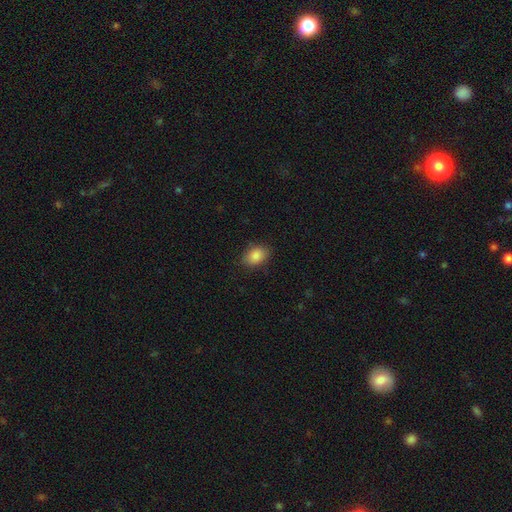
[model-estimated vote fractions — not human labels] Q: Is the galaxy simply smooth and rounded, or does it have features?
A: smooth — 88%.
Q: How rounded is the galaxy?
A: in between — 77%.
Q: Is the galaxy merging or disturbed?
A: none — 83%.